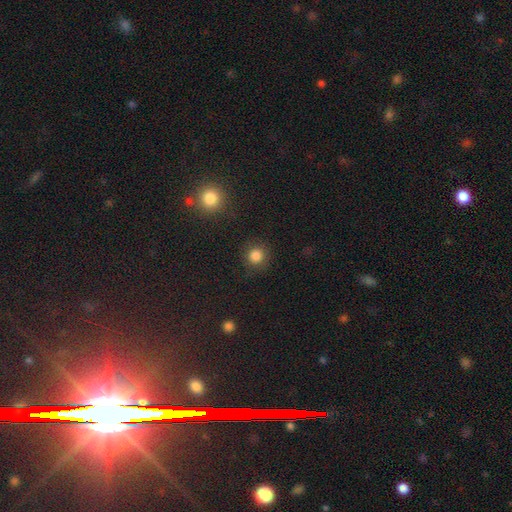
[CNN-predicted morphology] The model was most divided on "smooth or featured": smooth: 83%, star or artifact: 13%, featured or disk: 4%. More confident: how rounded — round (91%); merging — none (85%).